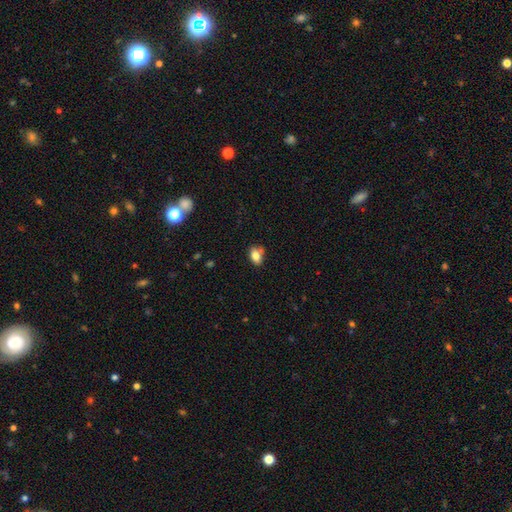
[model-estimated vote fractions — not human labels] smooth 79%, featured or disk 11%, star or artifact 9%. Down the decision tree: how rounded — in between (82%); merging — none (65%).